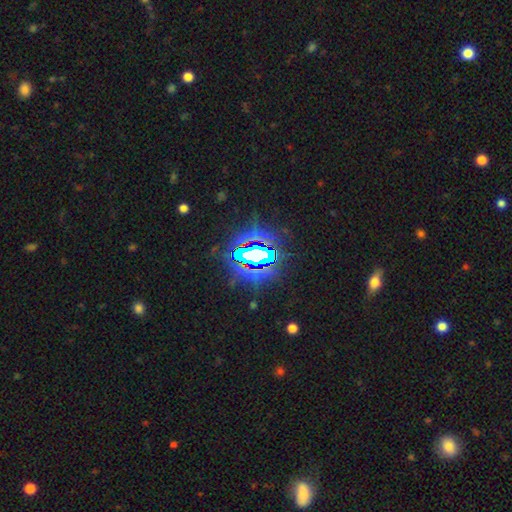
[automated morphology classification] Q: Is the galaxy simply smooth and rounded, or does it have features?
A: star or artifact — 75%.